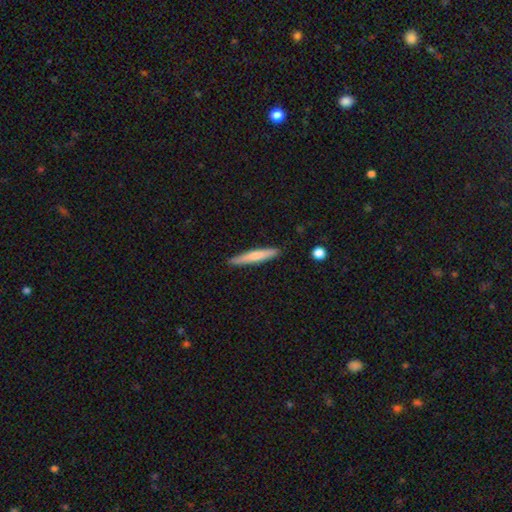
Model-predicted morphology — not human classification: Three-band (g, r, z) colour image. It shows a smooth galaxy with no disk features (68%) that is cigar-shaped (94%). Merging: none (87%).